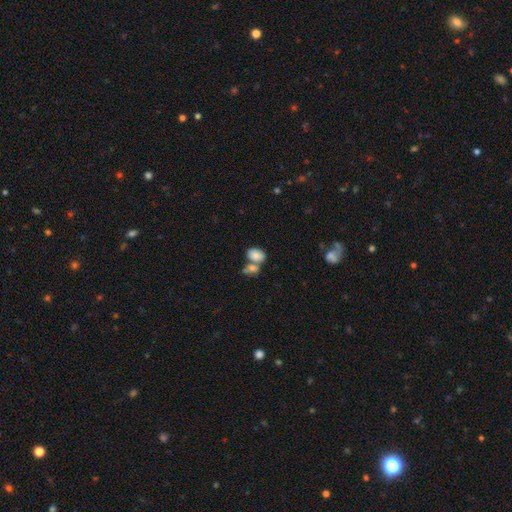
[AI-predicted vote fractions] Smooth or featured?
  - smooth: 82% *
  - featured or disk: 10%
  - star or artifact: 8%
How rounded?
  - in between: 83% *
  - round: 15%
  - cigar-shaped: 1%
Merging?
  - merger: 53% *
  - none: 32%
  - minor disturbance: 11%
  - major disturbance: 5%